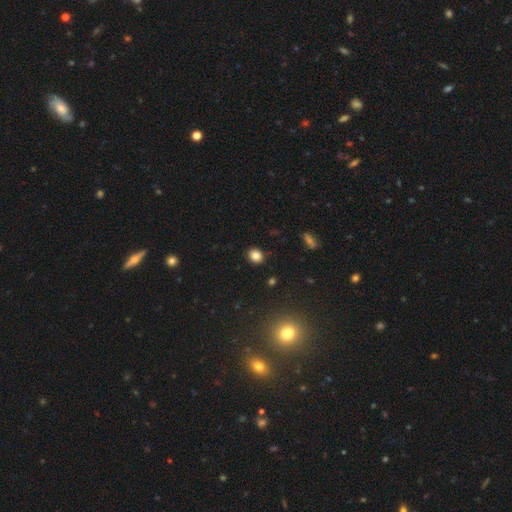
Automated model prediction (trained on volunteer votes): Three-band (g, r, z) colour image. It shows a smooth galaxy with no disk features (82%) that is round (64%). Merging: none (89%).